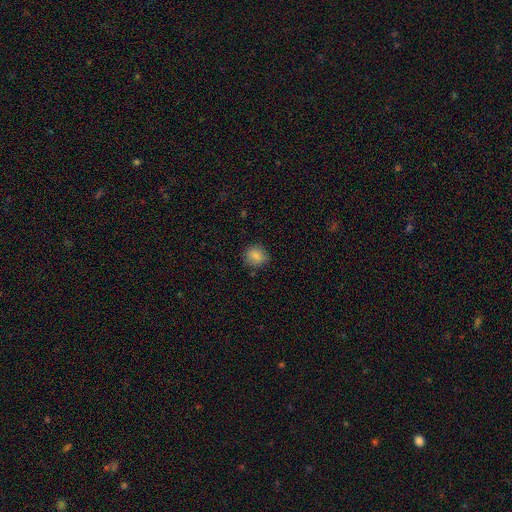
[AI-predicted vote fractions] Q: Smooth or featured?
A: smooth (85%); runner-up: star or artifact (9%)
Q: How rounded?
A: round (83%); runner-up: in between (16%)
Q: Merging?
A: none (85%); runner-up: minor disturbance (11%)